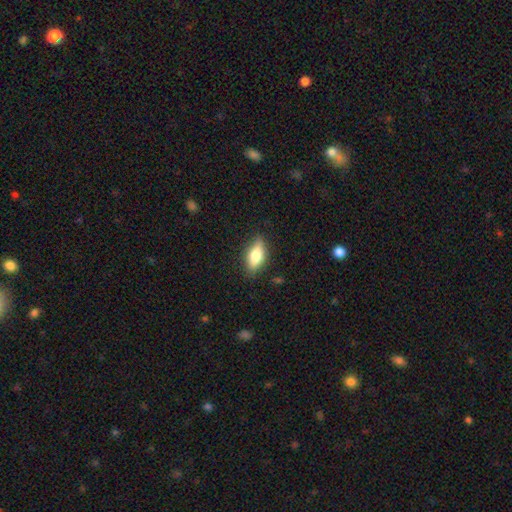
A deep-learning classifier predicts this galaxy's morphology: Smooth or featured? smooth (69%)
How rounded? in between (78%)
Merging? none (82%)